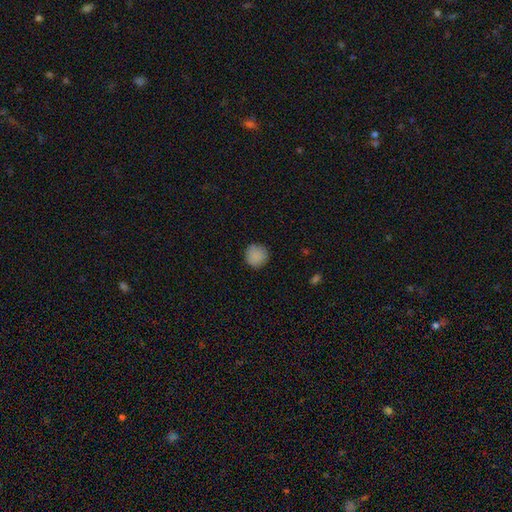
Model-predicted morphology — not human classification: A smooth galaxy with no disk features (88%) that is round (94%).

Vote fractions:
- Smooth or featured? smooth: 88% / star or artifact: 9% / featured or disk: 4%
- How rounded? round: 94% / in between: 5% / cigar-shaped: 1%
- Merging? none: 89% / minor disturbance: 8% / major disturbance: 2% / merger: 1%